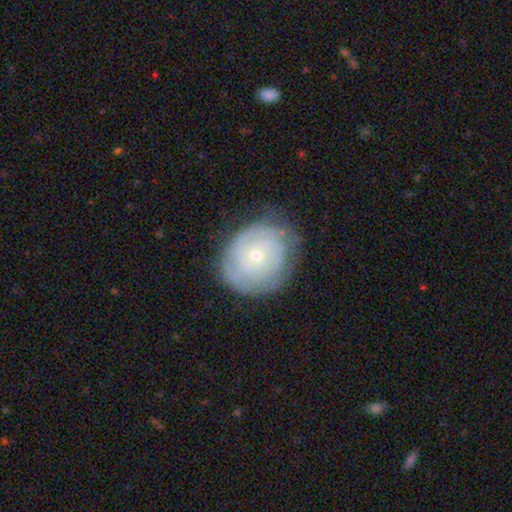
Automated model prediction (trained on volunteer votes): Q: Smooth or featured?
A: featured or disk (58%); runner-up: smooth (34%)
Q: Edge-on disk?
A: no (97%); runner-up: yes (3%)
Q: Bar?
A: no (82%); runner-up: weak (15%)
Q: Spiral arms?
A: yes (74%); runner-up: no (26%)
Q: Bulge size?
A: small (76%); runner-up: moderate (20%)
Q: Merging?
A: none (71%); runner-up: minor disturbance (21%)